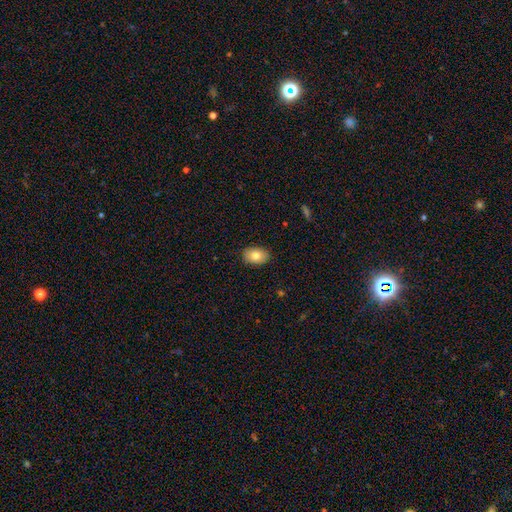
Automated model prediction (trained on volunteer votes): The model was most divided on "how rounded": in between: 83%, round: 16%, cigar-shaped: 1%. More confident: merging — none (89%); smooth or featured — smooth (81%).